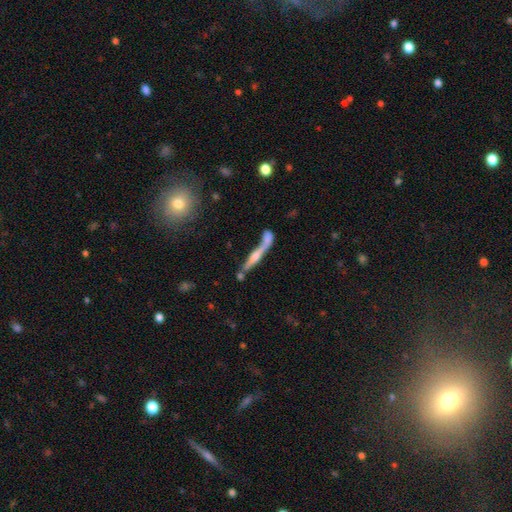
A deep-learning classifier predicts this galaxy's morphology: smooth-or-featured: featured or disk: 67% | smooth: 26% | star or artifact: 7%
  disk-edge-on: yes: 93% | no: 7%
    edge-on-bulge: rounded: 79% | none: 11% | boxy: 10%
  merging: none: 53% | merger: 23% | minor disturbance: 16% | major disturbance: 8%